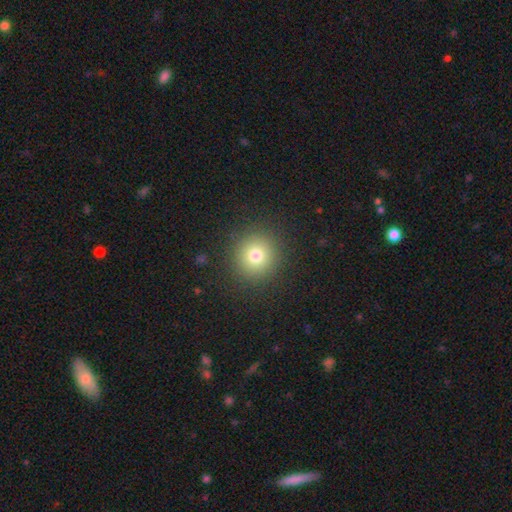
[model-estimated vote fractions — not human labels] Smooth or featured?
  - smooth: 76% *
  - star or artifact: 15%
  - featured or disk: 9%
How rounded?
  - round: 93% *
  - in between: 6%
  - cigar-shaped: 1%
Merging?
  - none: 90% *
  - minor disturbance: 6%
  - major disturbance: 3%
  - merger: 1%